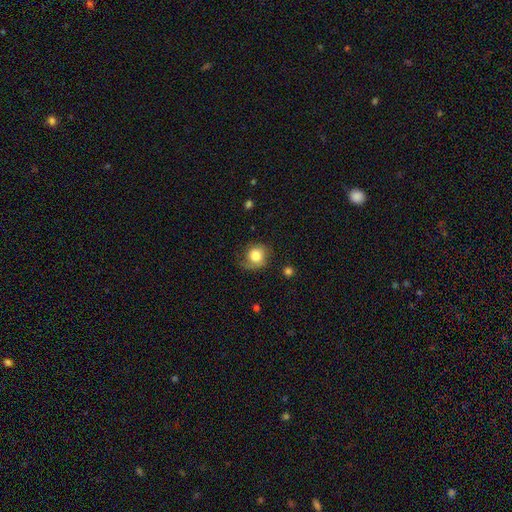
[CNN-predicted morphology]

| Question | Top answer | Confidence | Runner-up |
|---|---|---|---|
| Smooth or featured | smooth | 76% | featured or disk (15%) |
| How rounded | round | 78% | in between (21%) |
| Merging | none | 56% | minor disturbance (27%) |